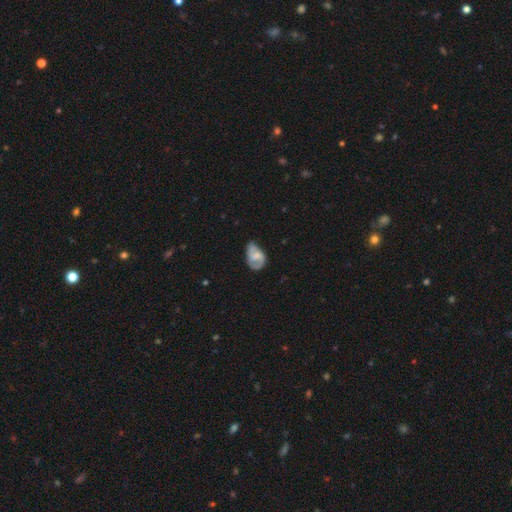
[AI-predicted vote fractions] This is possibly a featured or disk galaxy (59%). It is clearly not viewed edge-on (97%). Bar: possibly no (50%). Spiral arm pattern: clearly yes (83%). Central bulge: marginally small (34%). Merging: marginally none (44%).